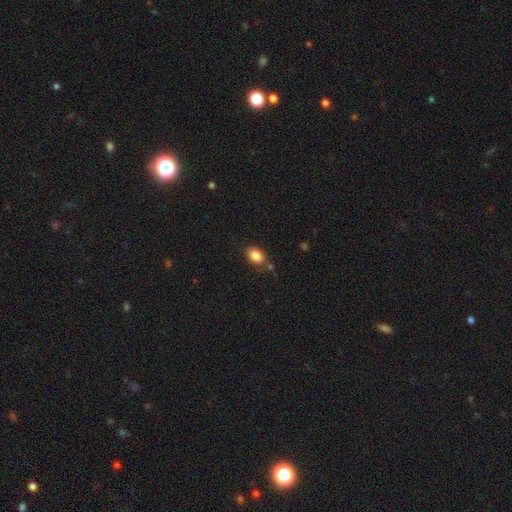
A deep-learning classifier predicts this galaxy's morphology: type=smooth (86%); roundness=in between (86%); merging=none (78%).